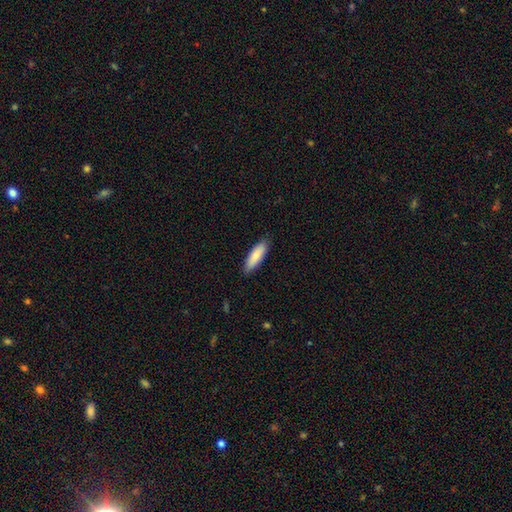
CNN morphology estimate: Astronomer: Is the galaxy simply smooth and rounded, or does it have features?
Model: smooth — 85%.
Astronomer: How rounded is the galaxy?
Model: cigar-shaped — 54% (runner-up: in between, 45%).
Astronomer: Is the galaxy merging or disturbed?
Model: none — 87%.